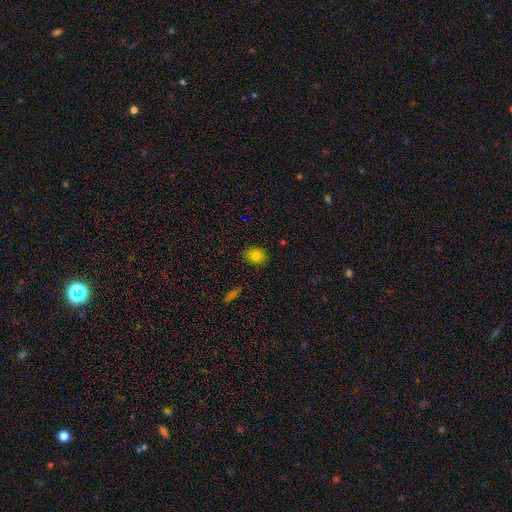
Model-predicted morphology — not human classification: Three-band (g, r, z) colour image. It shows a smooth galaxy with no disk features (81%) that is round (55%). Merging: none (87%).